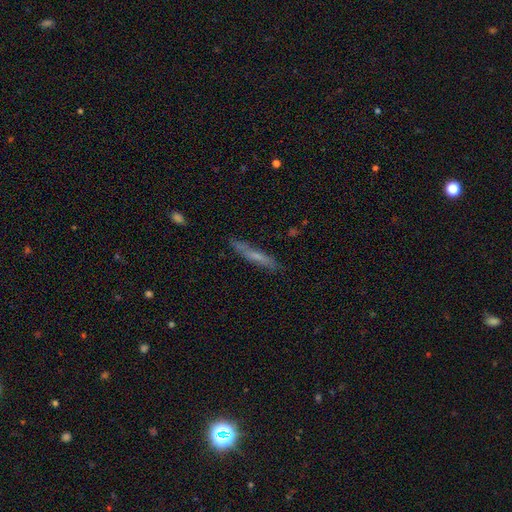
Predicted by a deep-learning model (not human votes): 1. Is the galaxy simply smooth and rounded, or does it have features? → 51% smooth, 40% featured or disk, 8% star or artifact.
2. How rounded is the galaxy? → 93% cigar-shaped, 5% in between, 2% round.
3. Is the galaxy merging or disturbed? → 82% none, 14% minor disturbance, 3% major disturbance, 2% merger.